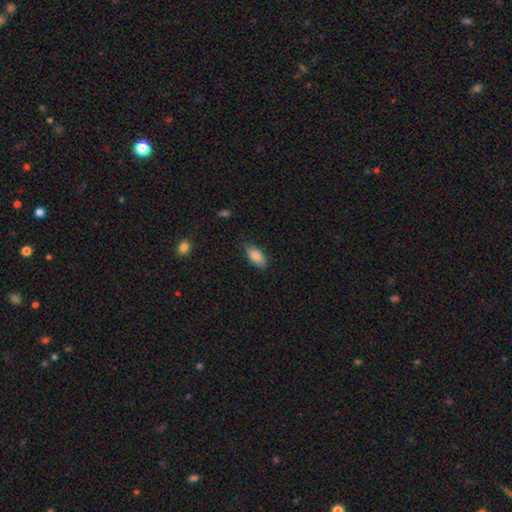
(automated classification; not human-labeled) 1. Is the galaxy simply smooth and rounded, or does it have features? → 85% smooth, 8% featured or disk, 7% star or artifact.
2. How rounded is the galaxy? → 88% in between, 9% cigar-shaped, 2% round.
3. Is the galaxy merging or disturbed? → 80% none, 16% minor disturbance, 3% major disturbance, 1% merger.